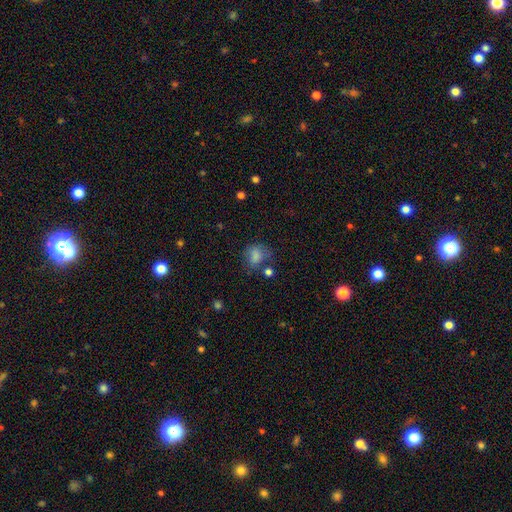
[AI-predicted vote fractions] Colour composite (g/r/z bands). It shows a smooth galaxy with no disk features (78%) that is in between round and cigar-shaped (51%). Merging: none (51%).